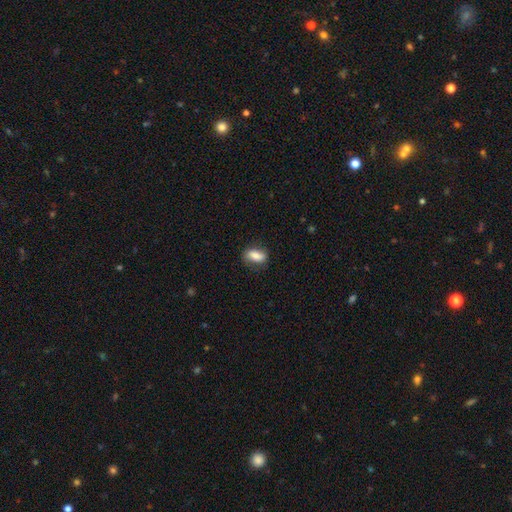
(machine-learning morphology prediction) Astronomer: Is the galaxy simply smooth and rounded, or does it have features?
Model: smooth — 78%.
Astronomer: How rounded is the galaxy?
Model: in between — 83%.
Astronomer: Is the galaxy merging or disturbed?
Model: none — 75%.